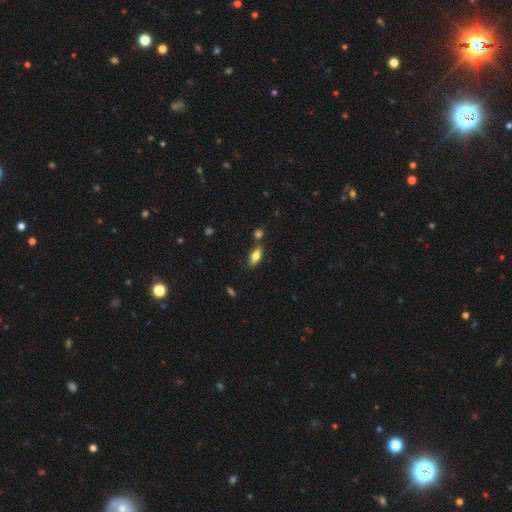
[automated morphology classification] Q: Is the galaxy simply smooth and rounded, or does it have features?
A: smooth — 76%.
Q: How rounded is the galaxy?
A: in between — 82%.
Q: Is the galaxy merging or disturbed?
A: none — 69%.